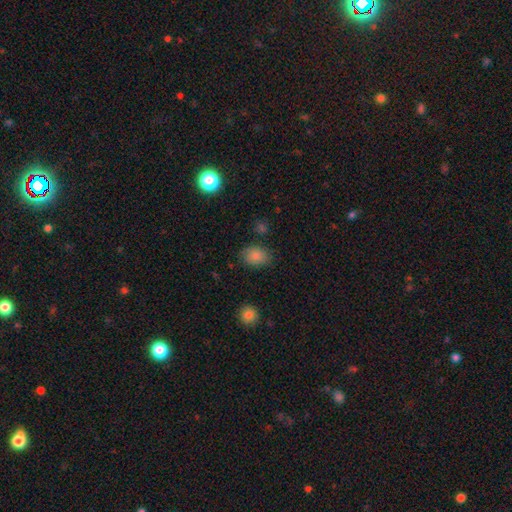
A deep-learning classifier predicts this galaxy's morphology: A smooth galaxy with no disk features (85%) that is in between round and cigar-shaped (70%). Merging: none (80%).